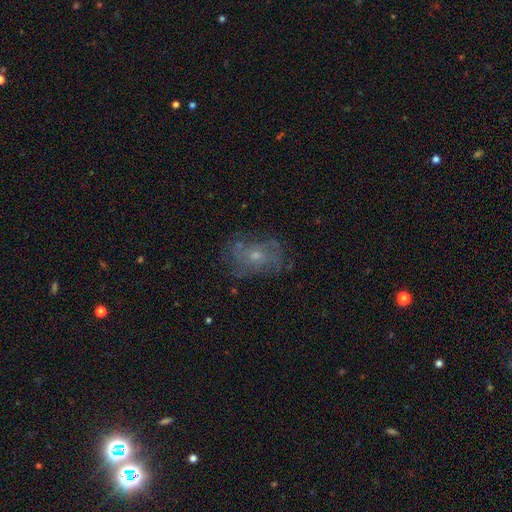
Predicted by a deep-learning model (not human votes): Smooth or featured? Predicted: featured or disk (p=0.65). Edge-on disk? Predicted: no (p=0.96). Bar? Predicted: no (p=0.81). Spiral arms? Predicted: yes (p=0.74). Bulge size? Predicted: small (p=0.53). Merging? Predicted: none (p=0.67).